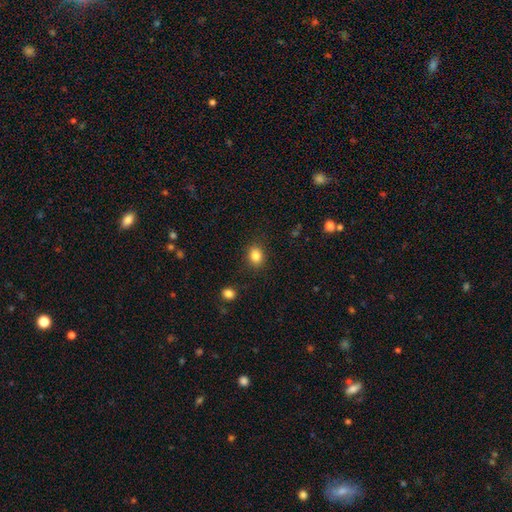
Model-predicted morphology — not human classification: Overall: smooth (85%). How rounded: round (54%; in between 45%). Merging: none (86%).